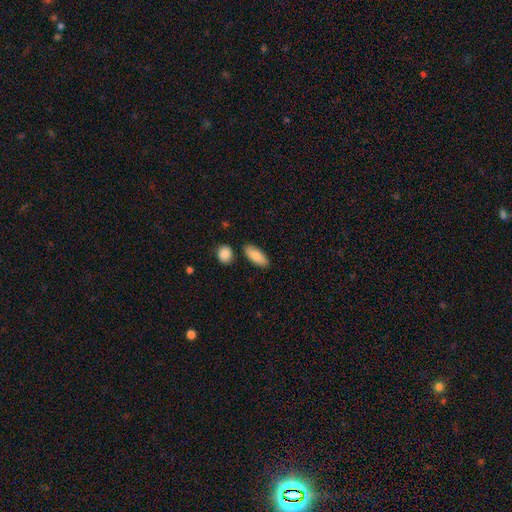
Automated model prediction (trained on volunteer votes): The model was most divided on "how rounded": in between: 77%, cigar-shaped: 20%, round: 2%. More confident: smooth or featured — smooth (87%); merging — none (83%).